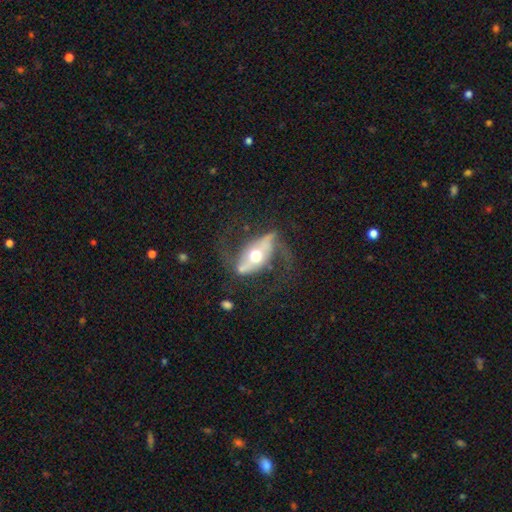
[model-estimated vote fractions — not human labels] Overall: featured or disk (78%). Edge-on disk: no (88%). Bar: no (42%; strong 31%). Spiral arms: yes (83%). Spiral arm count: 2 (90%). Spiral winding: loose (68%). Bulge size: moderate (72%). Merging: none (52%; major disturbance 22%).